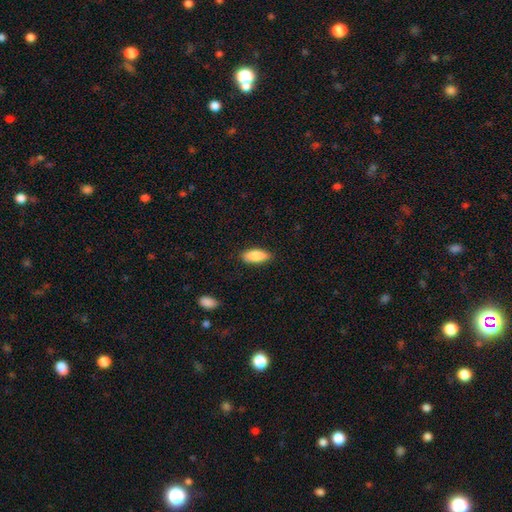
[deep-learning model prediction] smooth_or_featured: smooth (p=0.87) [alt: featured or disk p=0.07]
how_rounded: in between (p=0.78) [alt: cigar-shaped p=0.20]
merging: none (p=0.85) [alt: minor disturbance p=0.12]